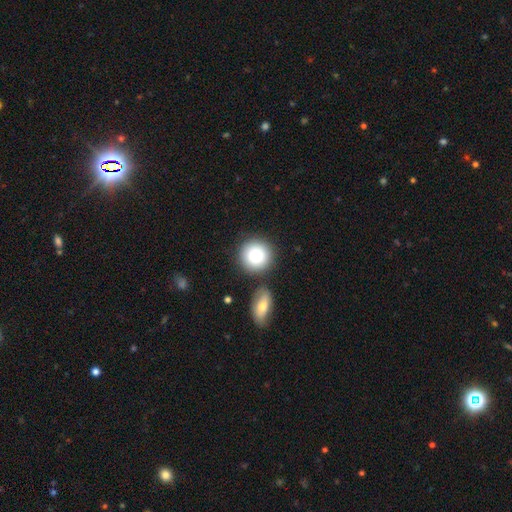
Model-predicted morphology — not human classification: type=smooth (82%); roundness=round (91%); merging=none (75%).